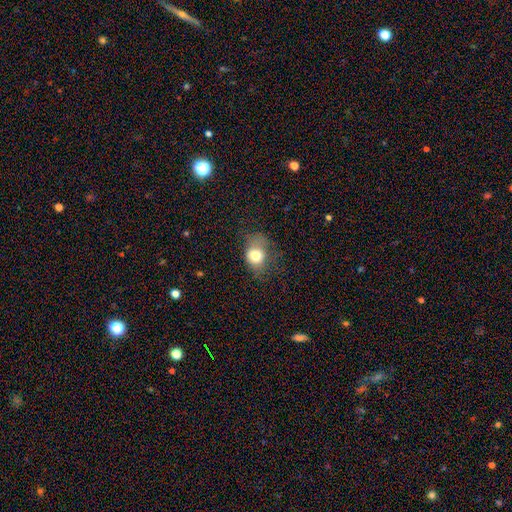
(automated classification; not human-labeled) smooth-or-featured: smooth: 75% | featured or disk: 15% | star or artifact: 11%
  how-rounded: round: 51% | in between: 48% | cigar-shaped: 1%
  merging: none: 41% | minor disturbance: 31% | major disturbance: 26% | merger: 2%